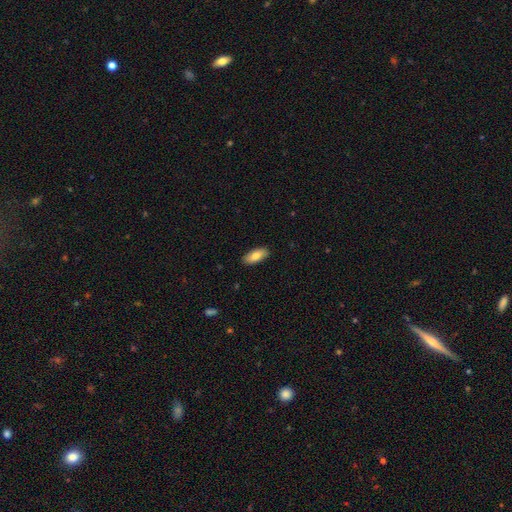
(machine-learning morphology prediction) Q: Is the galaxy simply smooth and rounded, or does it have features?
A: smooth — 80%.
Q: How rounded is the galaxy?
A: in between — 86%.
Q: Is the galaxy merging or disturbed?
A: none — 89%.